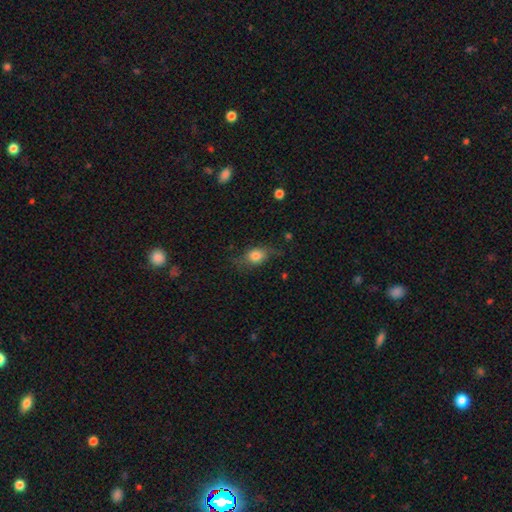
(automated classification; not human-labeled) Morphology: type=smooth (74%); roundness=in between (64%); merging=none (64%).